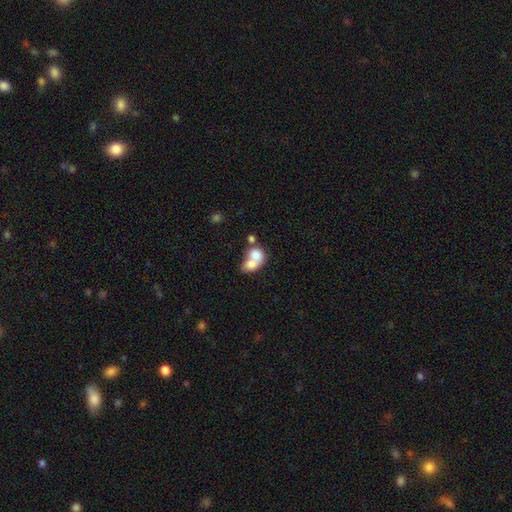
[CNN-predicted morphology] This is likely a smooth galaxy (72%). How rounded: likely in between (62%). Merging: likely merger (74%).